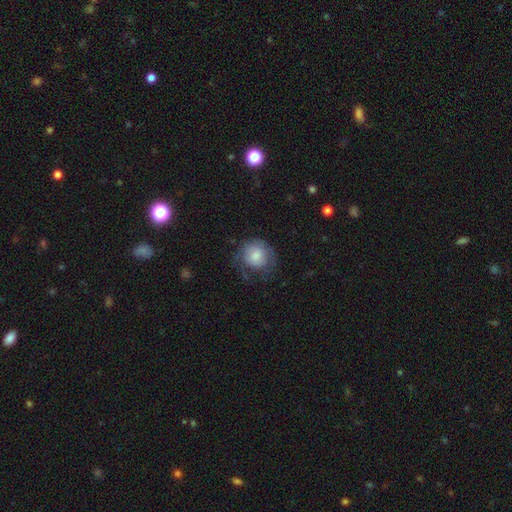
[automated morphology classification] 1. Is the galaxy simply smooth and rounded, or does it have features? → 70% smooth, 23% featured or disk, 7% star or artifact.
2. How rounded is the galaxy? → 82% round, 17% in between, 1% cigar-shaped.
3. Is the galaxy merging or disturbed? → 51% none, 26% minor disturbance, 22% major disturbance, 1% merger.